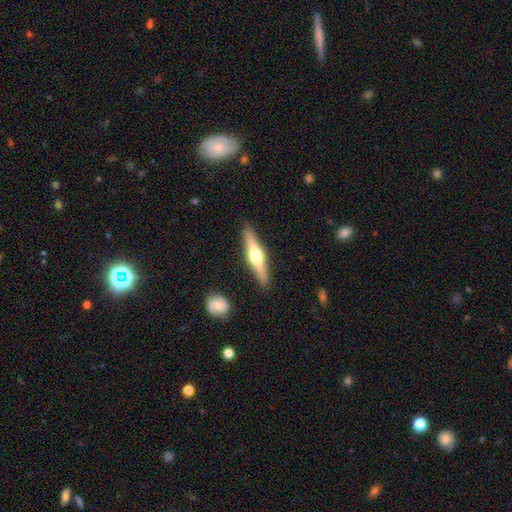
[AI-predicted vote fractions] Morphology: type=featured or disk (63%); edge-on=yes (96%); edge-on bulge=rounded (93%); merging=none (89%).